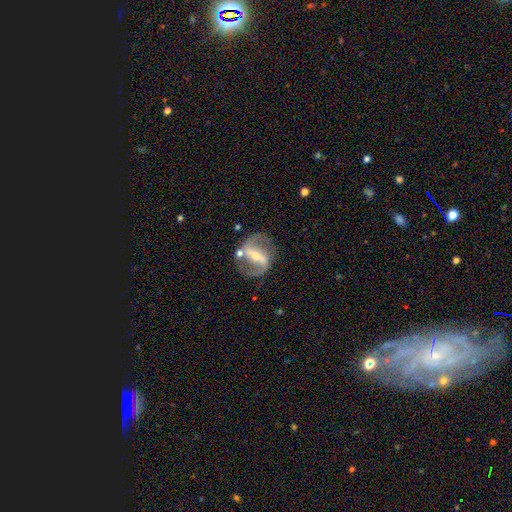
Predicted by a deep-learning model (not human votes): smooth_or_featured: featured or disk (p=0.88) [alt: smooth p=0.07]
disk_edge_on: no (p=0.96) [alt: yes p=0.04]
bar: strong (p=0.70) [alt: weak p=0.22]
has_spiral_arms: yes (p=0.92) [alt: no p=0.08]
spiral_winding: medium (p=0.49) [alt: loose p=0.33]
spiral_arm_count: 2 (p=0.90) [alt: can't tell p=0.03]
bulge_size: small (p=0.54) [alt: moderate p=0.40]
merging: none (p=0.77) [alt: minor disturbance p=0.12]